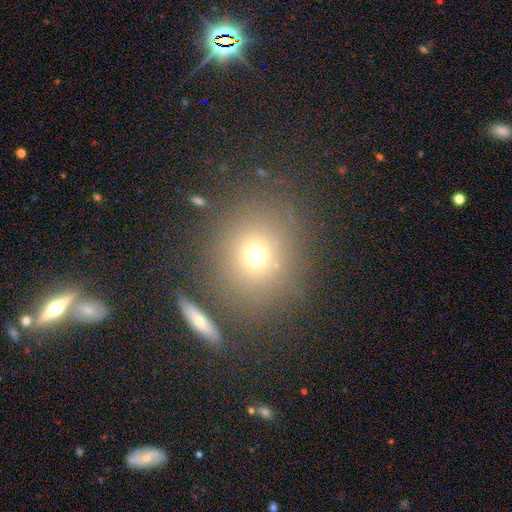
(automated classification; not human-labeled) smooth_or_featured: smooth (p=0.66) [alt: star or artifact p=0.21]
how_rounded: round (p=0.82) [alt: in between p=0.16]
merging: none (p=0.80) [alt: minor disturbance p=0.09]